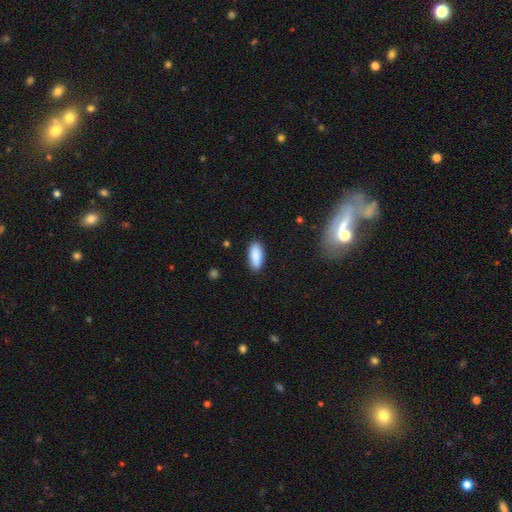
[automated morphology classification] Smooth or featured? Predicted: smooth (p=0.89). How rounded? Predicted: in between (p=0.87). Merging? Predicted: none (p=0.88).